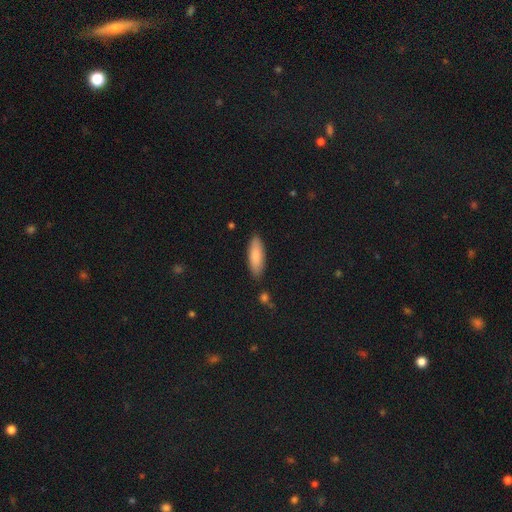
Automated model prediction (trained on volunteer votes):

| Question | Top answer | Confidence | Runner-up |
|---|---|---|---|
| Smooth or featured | smooth | 85% | featured or disk (9%) |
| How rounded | in between | 57% | cigar-shaped (41%) |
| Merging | none | 86% | minor disturbance (10%) |